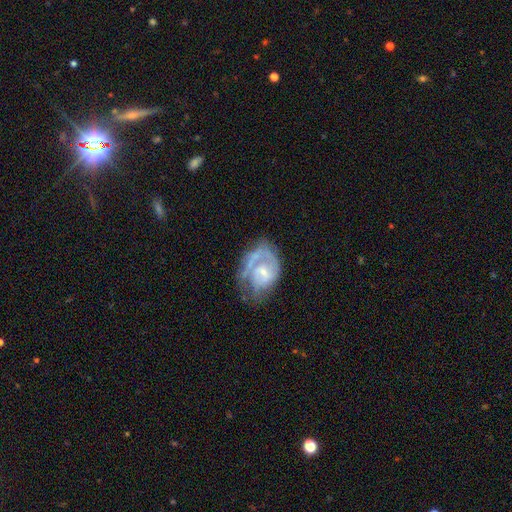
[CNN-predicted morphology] type=featured or disk (74%); edge-on=no (97%); bar=no (64%); spiral arms=yes (79%); winding=tight (51%); arm count=1 (37%); bulge=small (61%); merging=none (47%).